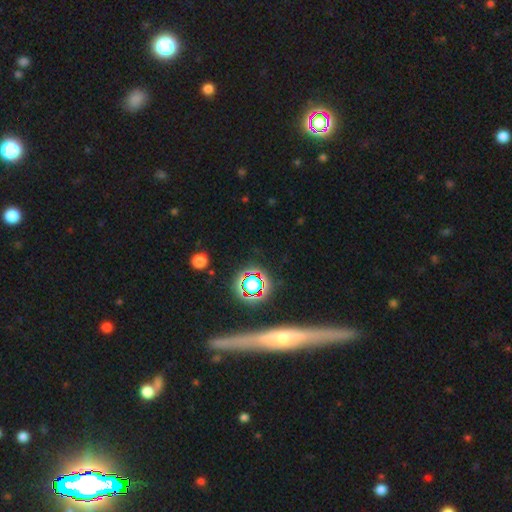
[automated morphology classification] Smooth or featured: featured or disk — 53% (star or artifact — 28%)
Edge-on disk: yes — 89% (no — 11%)
Merging: none — 88% (minor disturbance — 7%)